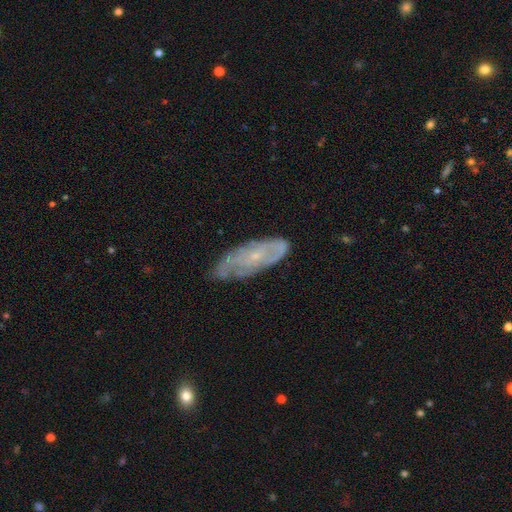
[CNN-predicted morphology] Smooth or featured? featured or disk (70%)
Edge-on disk? no (84%)
Bar? no (71%)
Spiral arms? yes (78%)
Bulge size? small (77%)
Merging? none (68%)